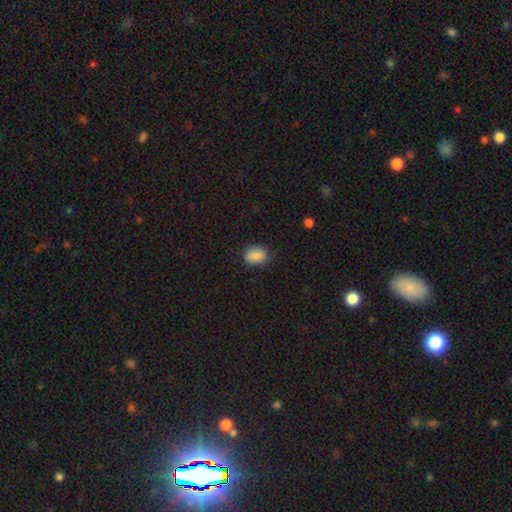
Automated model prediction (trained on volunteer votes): A smooth galaxy with no disk features (87%) that is in between round and cigar-shaped (72%).

Vote fractions:
- Smooth or featured? smooth: 87% / star or artifact: 8% / featured or disk: 5%
- How rounded? in between: 72% / round: 27% / cigar-shaped: 1%
- Merging? none: 78% / minor disturbance: 17% / major disturbance: 4% / merger: 1%